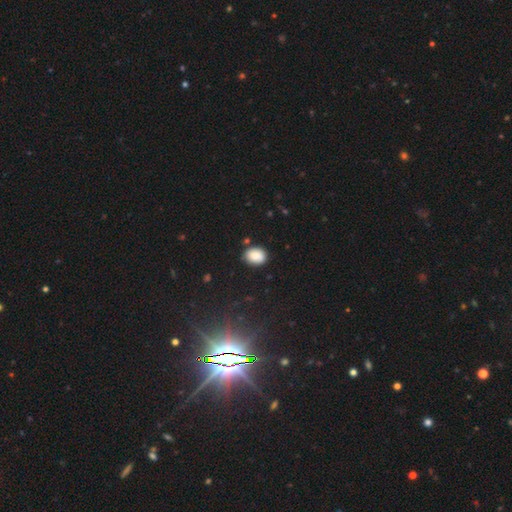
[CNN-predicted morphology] A smooth galaxy with no disk features (86%) that is in between round and cigar-shaped (63%).

Vote fractions:
- Smooth or featured? smooth: 86% / star or artifact: 8% / featured or disk: 6%
- How rounded? in between: 63% / round: 36% / cigar-shaped: 1%
- Merging? none: 81% / minor disturbance: 14% / merger: 3% / major disturbance: 3%